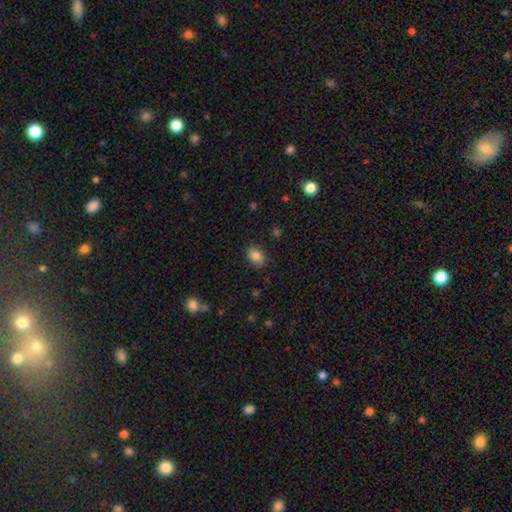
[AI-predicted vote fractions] smooth_or_featured: smooth (p=0.86) [alt: star or artifact p=0.09]
how_rounded: in between (p=0.83) [alt: round p=0.15]
merging: none (p=0.82) [alt: minor disturbance p=0.14]